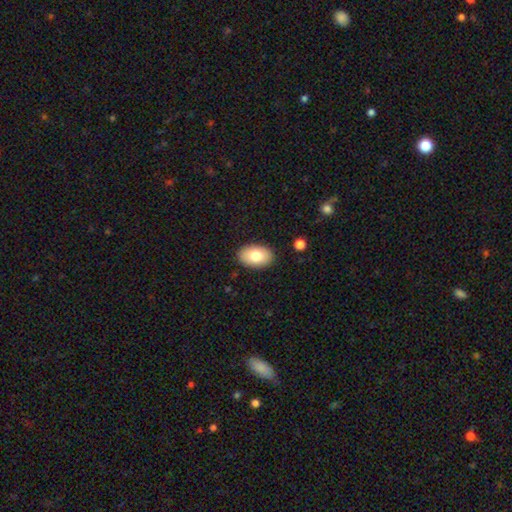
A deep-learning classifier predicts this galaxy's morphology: Smooth or featured: smooth — 79% (featured or disk — 14%)
How rounded: in between — 91% (round — 8%)
Merging: none — 88% (minor disturbance — 8%)